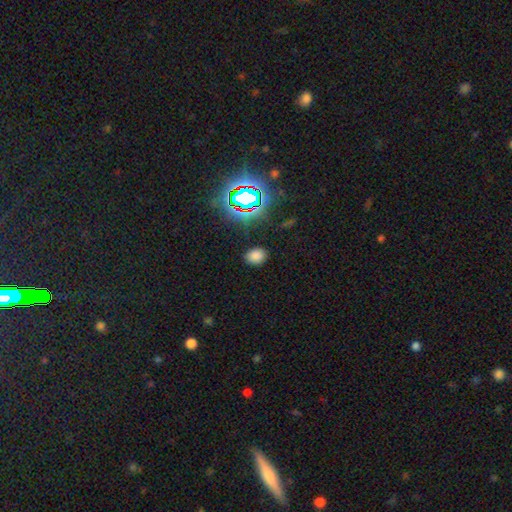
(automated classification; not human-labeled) A smooth galaxy with no disk features (72%) that is in between round and cigar-shaped (68%).

Vote fractions:
- Smooth or featured? smooth: 72% / star or artifact: 22% / featured or disk: 6%
- How rounded? in between: 68% / round: 31% / cigar-shaped: 1%
- Merging? none: 85% / minor disturbance: 11% / major disturbance: 3% / merger: 1%